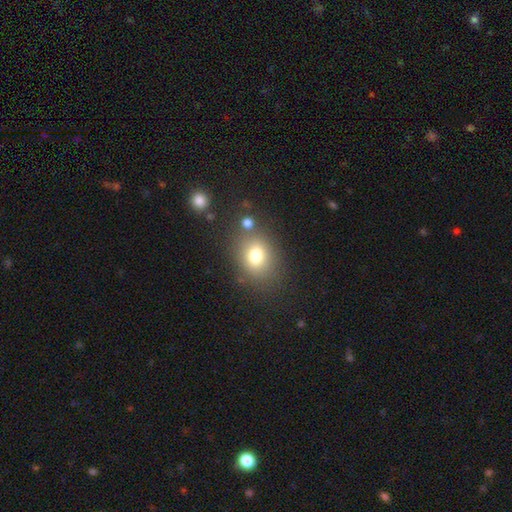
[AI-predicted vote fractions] This is likely a smooth galaxy (76%). How rounded: possibly in between (52%). Merging: likely none (73%).